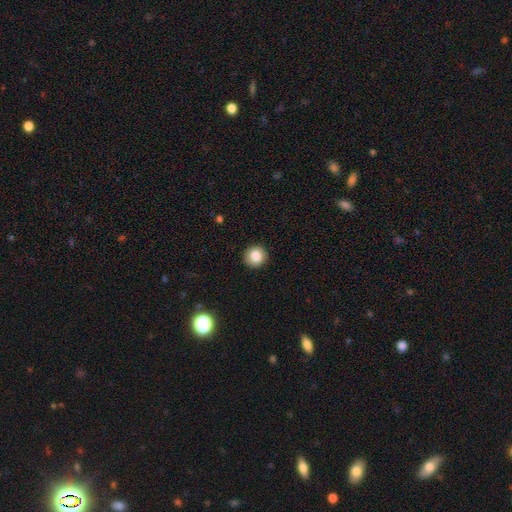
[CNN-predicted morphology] This is clearly a smooth galaxy (84%). How rounded: clearly round (93%). Merging: clearly none (92%).